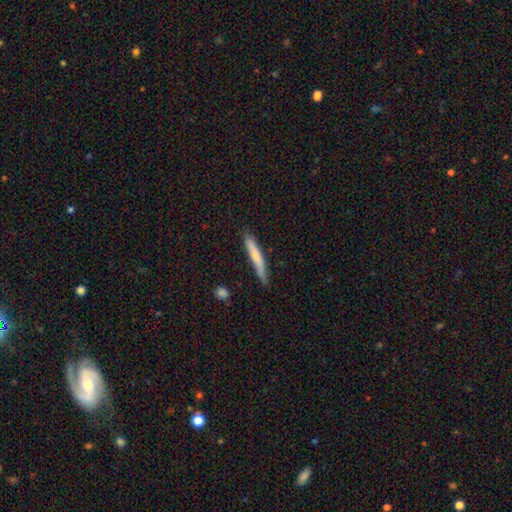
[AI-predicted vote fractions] Smooth or featured? smooth (66%)
How rounded? cigar-shaped (93%)
Merging? none (74%)